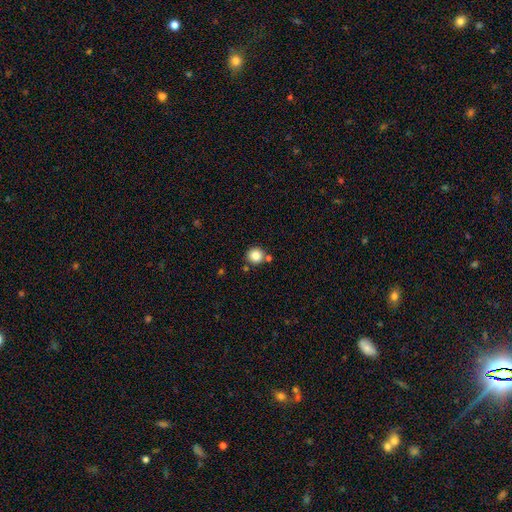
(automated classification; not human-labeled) A smooth galaxy with no disk features (85%) that is round (94%). Merging: none (78%).